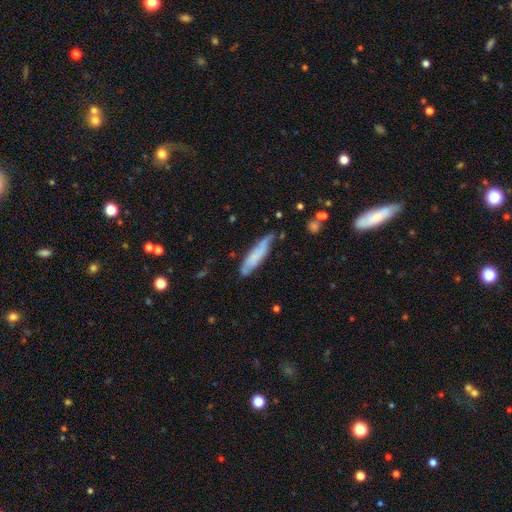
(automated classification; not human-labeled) This is likely a smooth galaxy (61%). How rounded: likely cigar-shaped (78%). Merging: possibly none (59%).